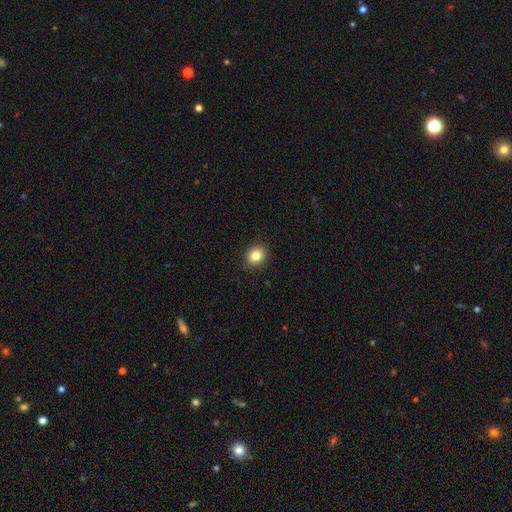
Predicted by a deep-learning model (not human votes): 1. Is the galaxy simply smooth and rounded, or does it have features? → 84% smooth, 10% star or artifact, 6% featured or disk.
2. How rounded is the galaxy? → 65% round, 34% in between, 1% cigar-shaped.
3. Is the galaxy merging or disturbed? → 90% none, 8% minor disturbance, 2% major disturbance, 1% merger.